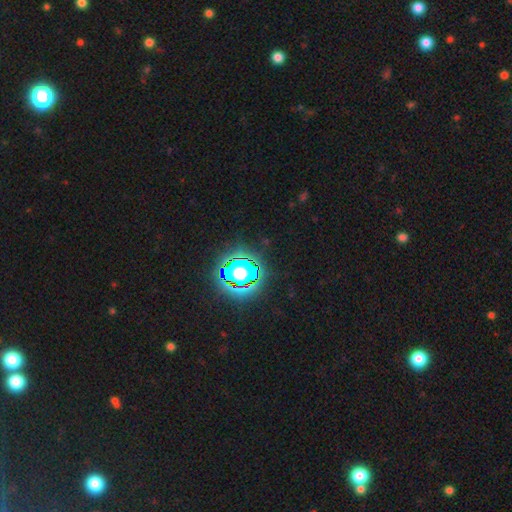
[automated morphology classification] Smooth or featured? star or artifact (77%)